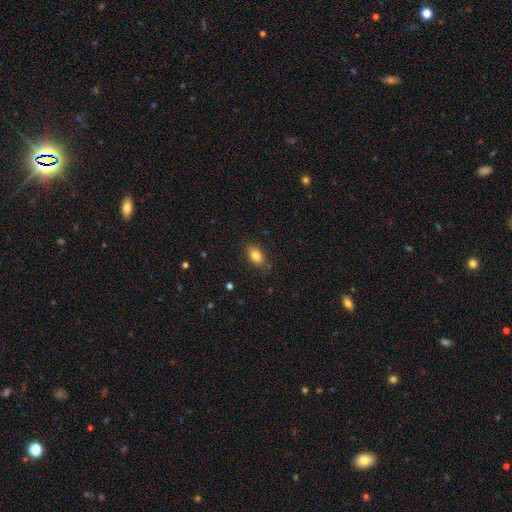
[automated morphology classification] The model was most divided on "merging": none: 84%, minor disturbance: 12%, major disturbance: 3%, merger: 1%. More confident: how rounded — in between (87%); smooth or featured — smooth (83%).